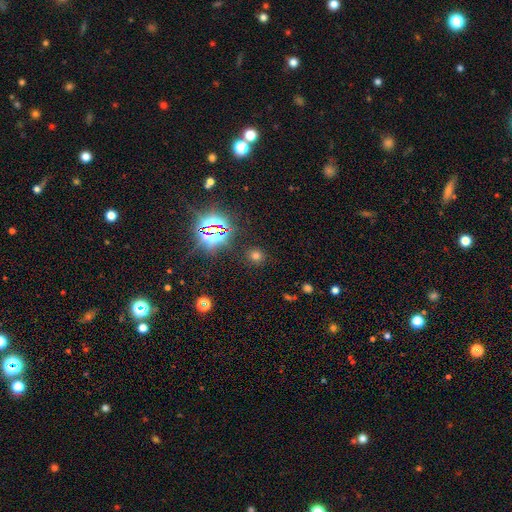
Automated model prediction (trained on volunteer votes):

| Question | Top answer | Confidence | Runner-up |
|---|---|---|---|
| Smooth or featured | smooth | 60% | star or artifact (32%) |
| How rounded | round | 83% | in between (16%) |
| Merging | none | 87% | minor disturbance (8%) |